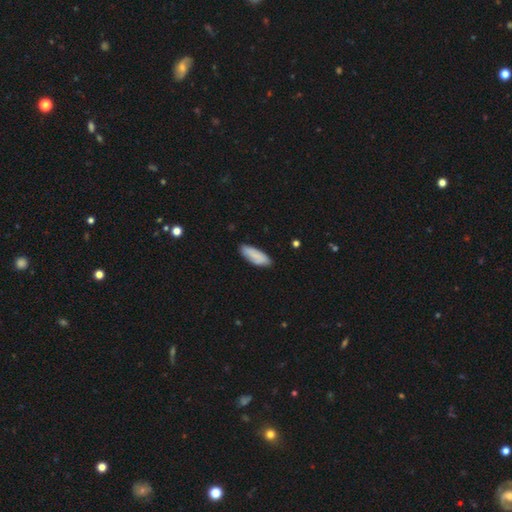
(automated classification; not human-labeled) The model was most divided on "how rounded": in between: 72%, cigar-shaped: 26%, round: 2%. More confident: smooth or featured — smooth (81%); merging — none (80%).